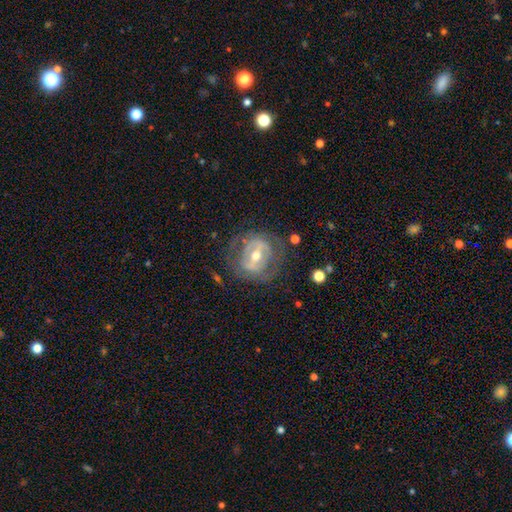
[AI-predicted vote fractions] A featured or disk galaxy (76%) with a strong bar (48%), no spiral arms (52%) and a moderate central bulge (69%). Merging: none (68%).